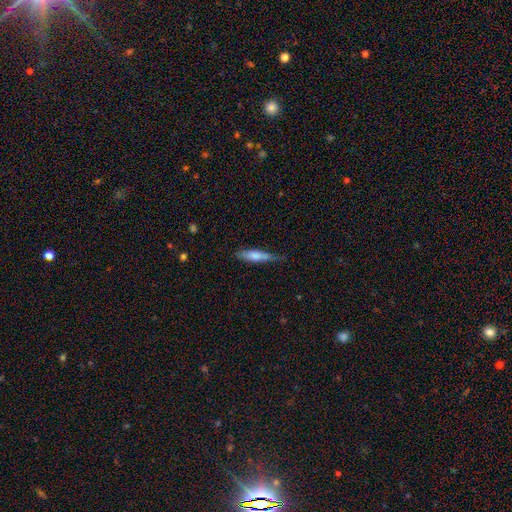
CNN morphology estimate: The model was most divided on "merging": none: 65%, minor disturbance: 27%, major disturbance: 5%, merger: 2%. More confident: how rounded — cigar-shaped (76%); smooth or featured — smooth (68%).